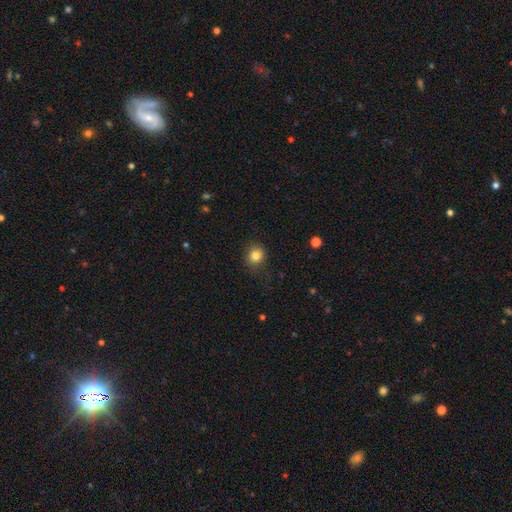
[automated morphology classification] Overall: smooth (82%). How rounded: round (83%). Merging: none (85%).